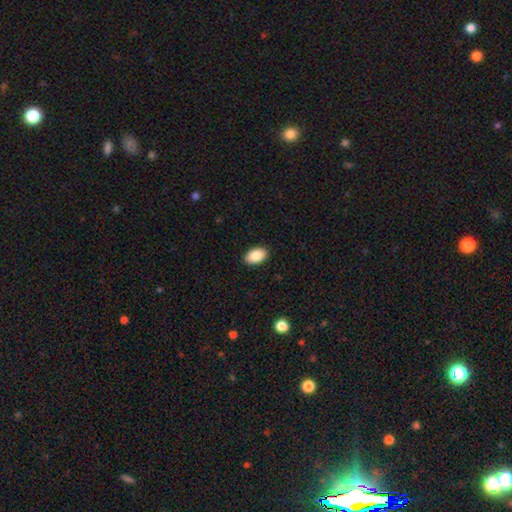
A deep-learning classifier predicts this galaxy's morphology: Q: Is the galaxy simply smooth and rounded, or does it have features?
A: smooth — 89%.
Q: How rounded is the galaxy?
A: in between — 93%.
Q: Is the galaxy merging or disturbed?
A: none — 90%.